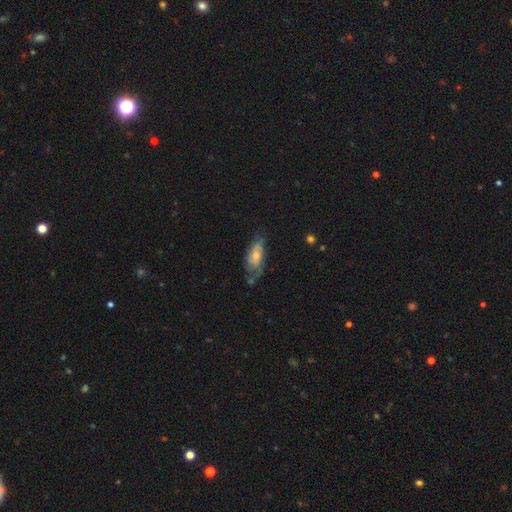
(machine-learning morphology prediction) Q: Smooth or featured?
A: featured or disk (51%); runner-up: smooth (41%)
Q: Edge-on disk?
A: no (87%); runner-up: yes (13%)
Q: Merging?
A: none (46%); runner-up: minor disturbance (30%)